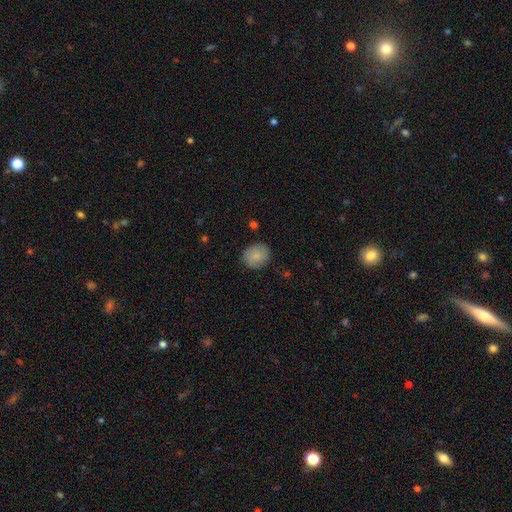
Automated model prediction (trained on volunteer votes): Overall: smooth (85%). How rounded: round (72%). Merging: none (85%).